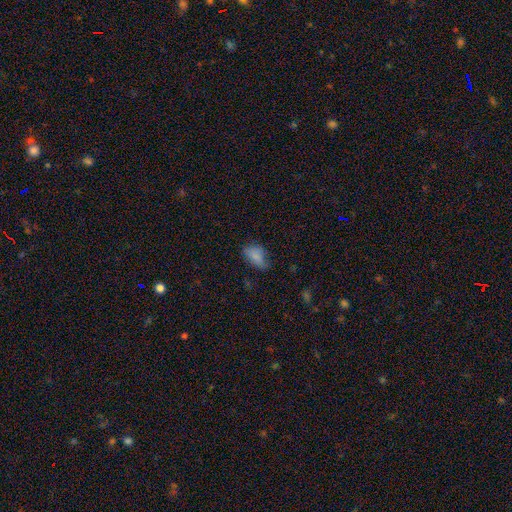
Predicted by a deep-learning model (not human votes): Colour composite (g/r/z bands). It shows a smooth galaxy with no disk features (80%) that is in between round and cigar-shaped (90%). Merging: none (53%).